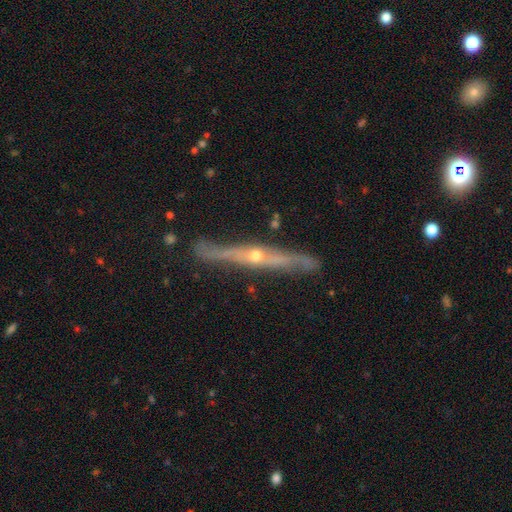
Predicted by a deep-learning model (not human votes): smooth_or_featured: featured or disk (p=0.84) [alt: smooth p=0.11]
disk_edge_on: yes (p=0.95) [alt: no p=0.05]
edge_on_bulge: rounded (p=0.83) [alt: none p=0.14]
merging: none (p=0.83) [alt: minor disturbance p=0.13]